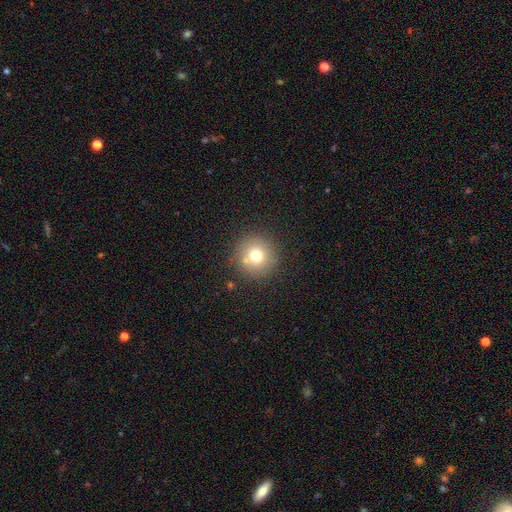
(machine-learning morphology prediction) A smooth galaxy with no disk features (73%) that is round (95%). Merging: none (82%).